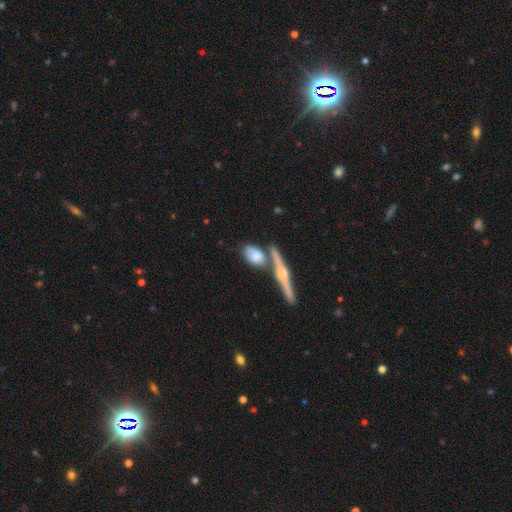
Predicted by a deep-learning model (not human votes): Morphology: type=smooth (60%); roundness=in between (71%); merging=none (51%).